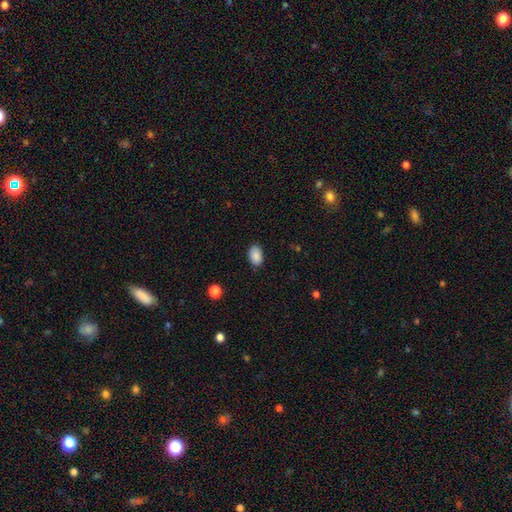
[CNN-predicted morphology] This is clearly a smooth galaxy (88%). How rounded: clearly in between (90%). Merging: clearly none (84%).